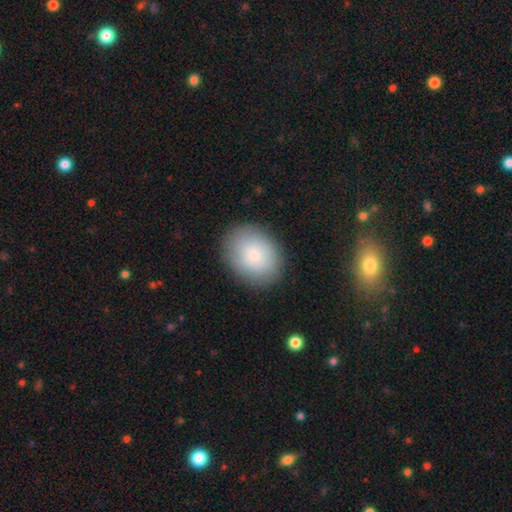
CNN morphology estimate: Smooth or featured? Predicted: smooth (p=0.80). How rounded? Predicted: in between (p=0.59). Merging? Predicted: none (p=0.85).